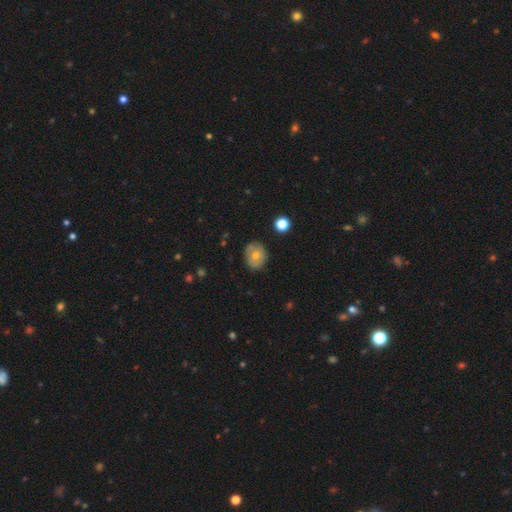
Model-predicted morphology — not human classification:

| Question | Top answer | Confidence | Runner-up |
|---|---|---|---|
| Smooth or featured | smooth | 66% | featured or disk (24%) |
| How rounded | round | 63% | in between (36%) |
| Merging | none | 78% | minor disturbance (17%) |